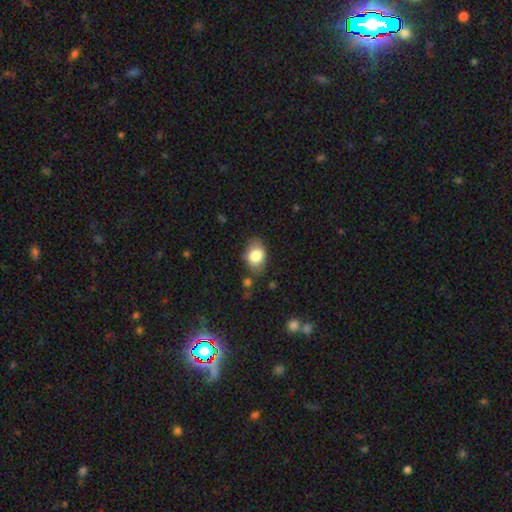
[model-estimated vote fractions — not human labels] This appears to be a smooth galaxy with no disk features (82%) that is in between round and cigar-shaped (72%). Merging: none (72%).